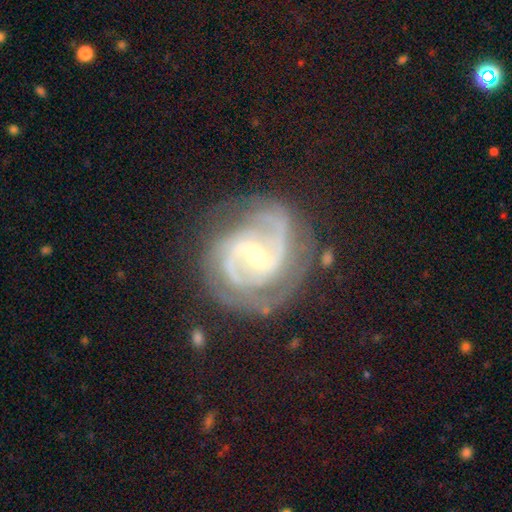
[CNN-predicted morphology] Smooth or featured? featured or disk (91%)
Edge-on disk? no (98%)
Bar? weak (47%)
Spiral arms? yes (98%)
Spiral winding? medium (49%)
Spiral arm count? 2 (68%)
Bulge size? small (59%)
Merging? none (71%)